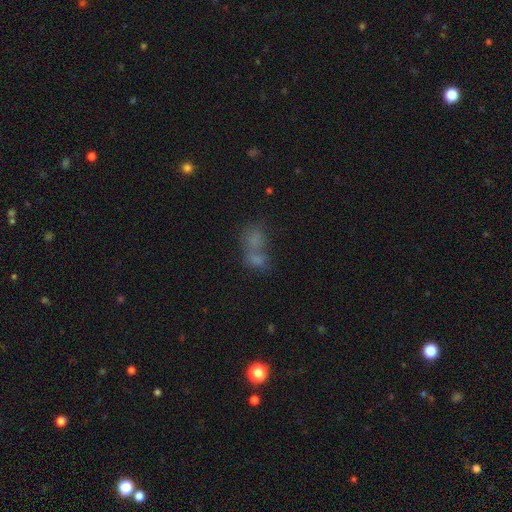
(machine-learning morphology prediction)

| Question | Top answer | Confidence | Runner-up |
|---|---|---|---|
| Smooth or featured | smooth | 65% | star or artifact (20%) |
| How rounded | in between | 64% | round (33%) |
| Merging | merger | 61% | none (25%) |